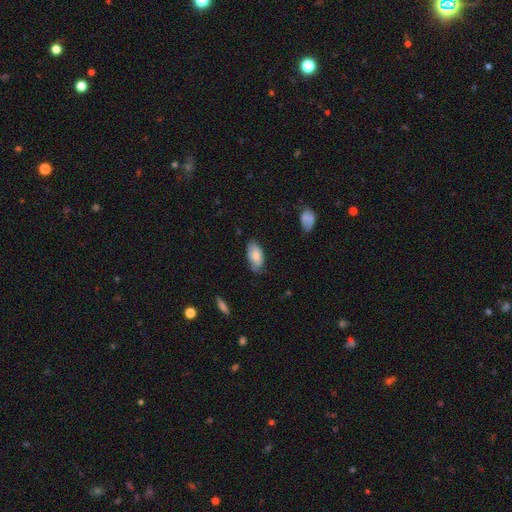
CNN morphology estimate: This appears to be a smooth galaxy with no disk features (78%) that is in between round and cigar-shaped (93%). Merging: none (71%).